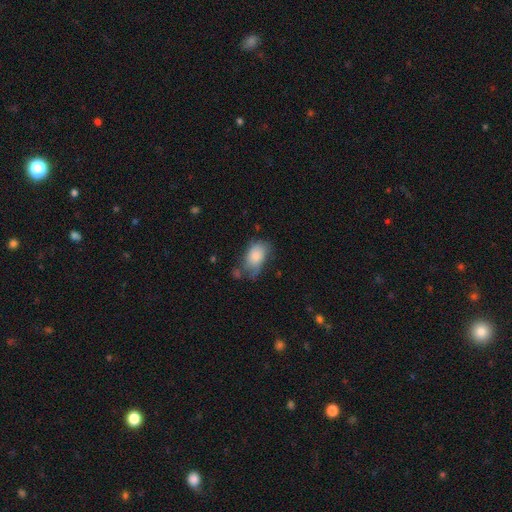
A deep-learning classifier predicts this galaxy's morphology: Smooth or featured? smooth (78%)
How rounded? in between (89%)
Merging? none (39%)